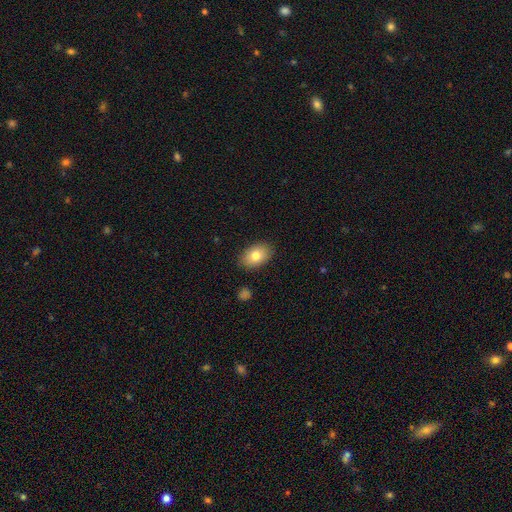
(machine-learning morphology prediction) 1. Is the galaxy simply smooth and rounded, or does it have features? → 79% smooth, 13% featured or disk, 8% star or artifact.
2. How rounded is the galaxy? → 86% in between, 13% round, 1% cigar-shaped.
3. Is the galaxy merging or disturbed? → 87% none, 9% minor disturbance, 2% major disturbance, 1% merger.